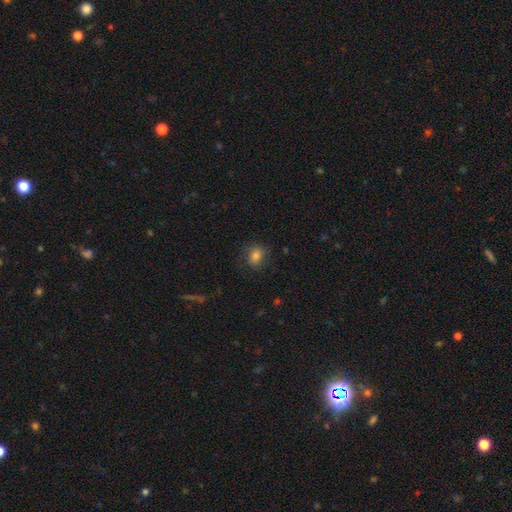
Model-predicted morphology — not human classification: smooth_or_featured: smooth (p=0.78) [alt: star or artifact p=0.11]
how_rounded: round (p=0.59) [alt: in between p=0.40]
merging: none (p=0.77) [alt: minor disturbance p=0.16]